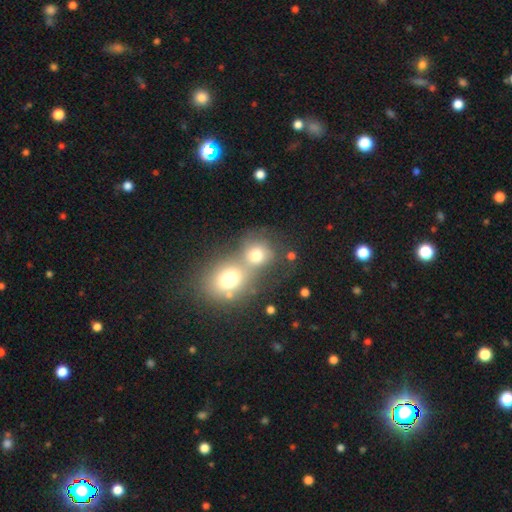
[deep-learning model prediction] smooth_or_featured: smooth (p=0.63) [alt: featured or disk p=0.21]
how_rounded: round (p=0.71) [alt: in between p=0.27]
merging: merger (p=0.66) [alt: none p=0.24]